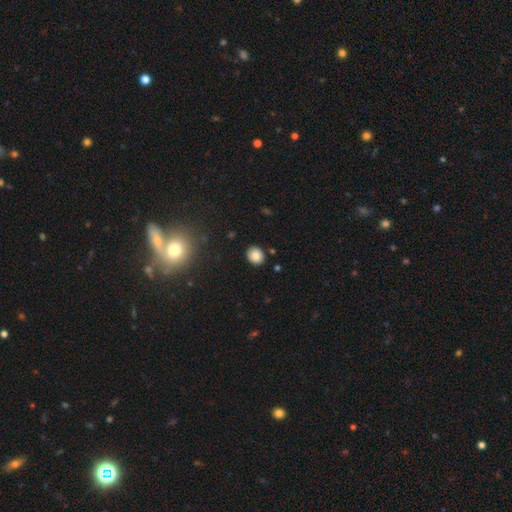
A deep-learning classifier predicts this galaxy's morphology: This appears to be a smooth galaxy with no disk features (83%) that is round (67%). Merging: none (88%).